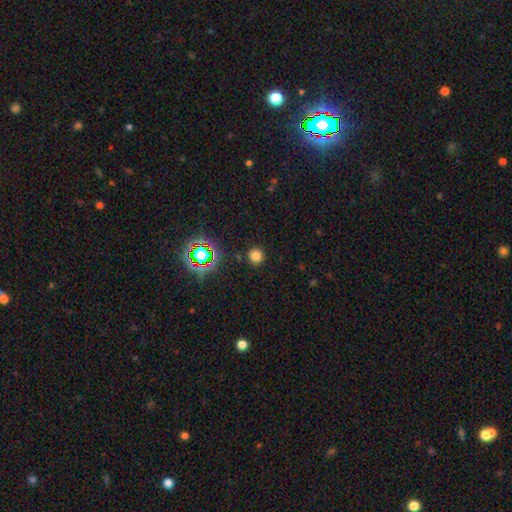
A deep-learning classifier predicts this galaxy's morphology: smooth 75%, star or artifact 20%, featured or disk 5%. Down the decision tree: how rounded — round (94%); merging — none (90%).